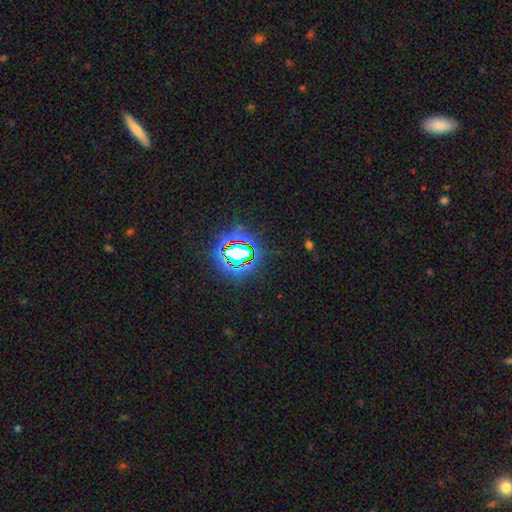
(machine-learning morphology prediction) Smooth or featured? star or artifact (79%)